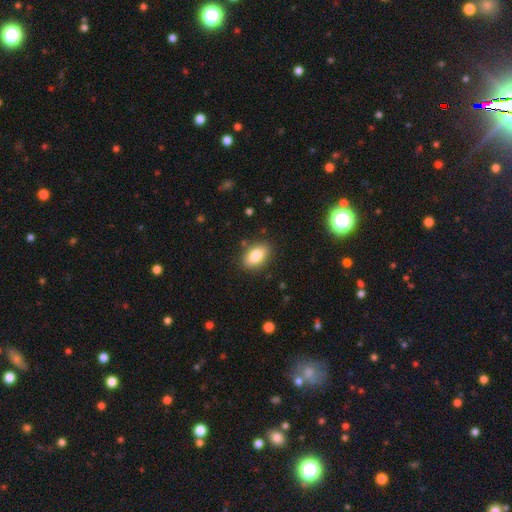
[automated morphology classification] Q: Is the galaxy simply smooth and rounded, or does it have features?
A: smooth — 83%.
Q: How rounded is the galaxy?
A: in between — 89%.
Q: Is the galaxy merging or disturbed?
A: none — 86%.